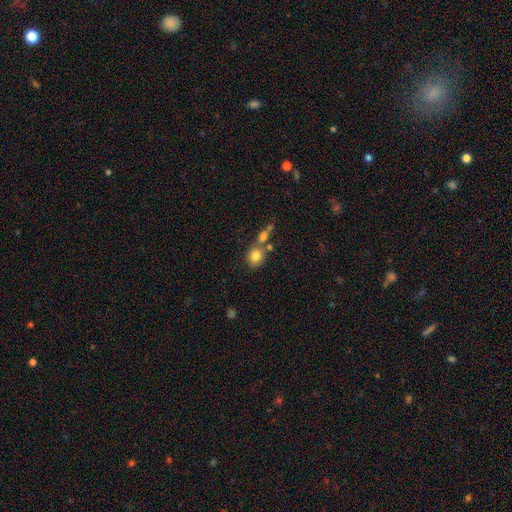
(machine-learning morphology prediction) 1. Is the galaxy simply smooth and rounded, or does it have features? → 80% smooth, 10% featured or disk, 9% star or artifact.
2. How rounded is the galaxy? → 68% round, 30% in between, 1% cigar-shaped.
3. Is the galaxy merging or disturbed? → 53% none, 32% merger, 11% minor disturbance, 4% major disturbance.